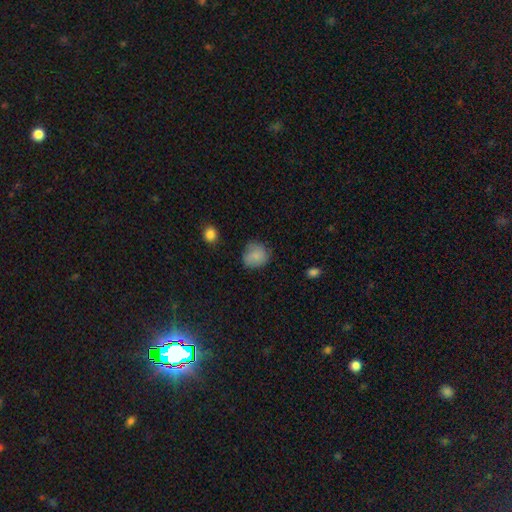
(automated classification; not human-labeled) The model was most divided on "merging": none: 66%, minor disturbance: 26%, major disturbance: 7%, merger: 2%. More confident: smooth or featured — smooth (82%); how rounded — round (79%).